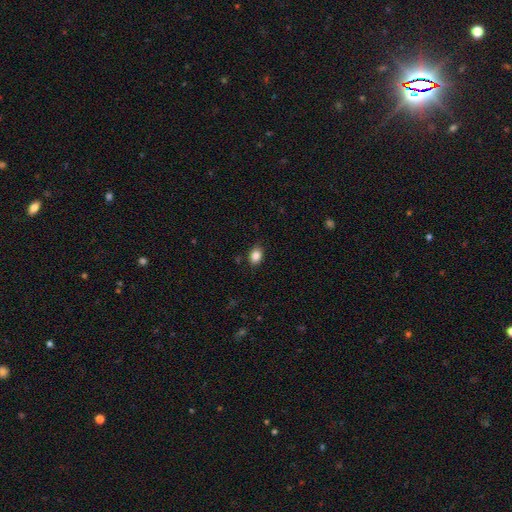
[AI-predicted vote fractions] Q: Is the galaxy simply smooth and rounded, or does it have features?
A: smooth — 86%.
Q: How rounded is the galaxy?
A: in between — 76%.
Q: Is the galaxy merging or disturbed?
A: none — 86%.